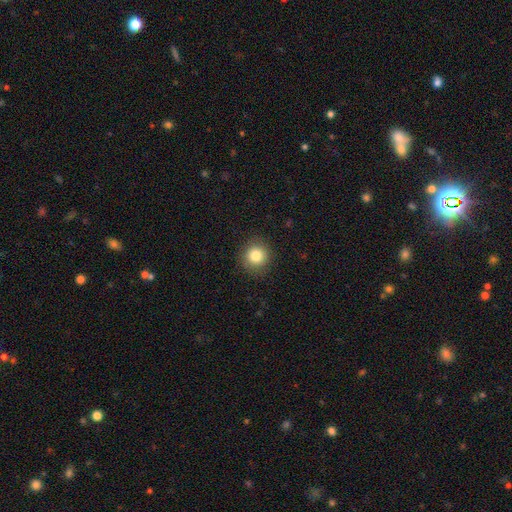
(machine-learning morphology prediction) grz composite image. It shows a smooth galaxy with no disk features (83%) that is round (92%). Merging: none (90%).